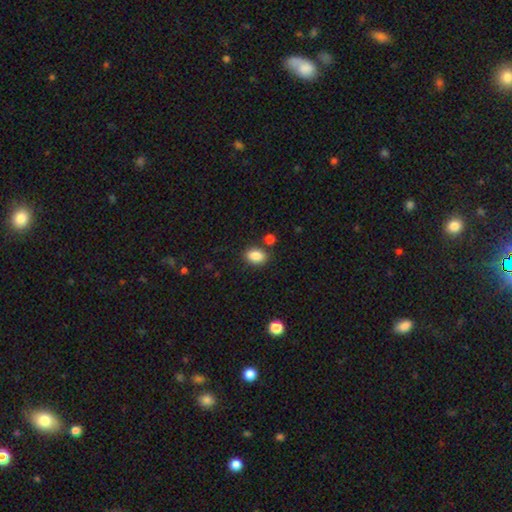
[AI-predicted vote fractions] Morphology: type=smooth (87%); roundness=in between (80%); merging=none (79%).